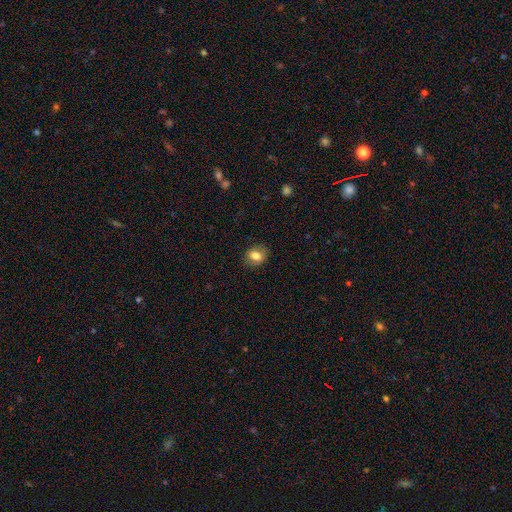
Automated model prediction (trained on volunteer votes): smooth-or-featured: smooth: 76% | featured or disk: 15% | star or artifact: 9%
  how-rounded: in between: 55% | round: 44% | cigar-shaped: 1%
  merging: none: 83% | minor disturbance: 13% | major disturbance: 4% | merger: 1%